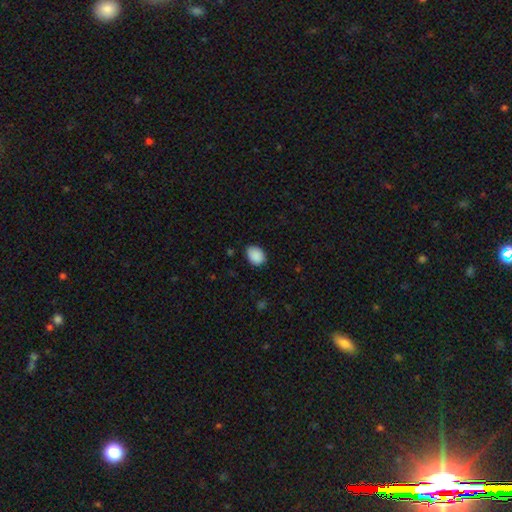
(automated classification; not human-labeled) Smooth or featured: smooth — 90% (star or artifact — 7%)
How rounded: in between — 64% (round — 36%)
Merging: none — 79% (minor disturbance — 17%)